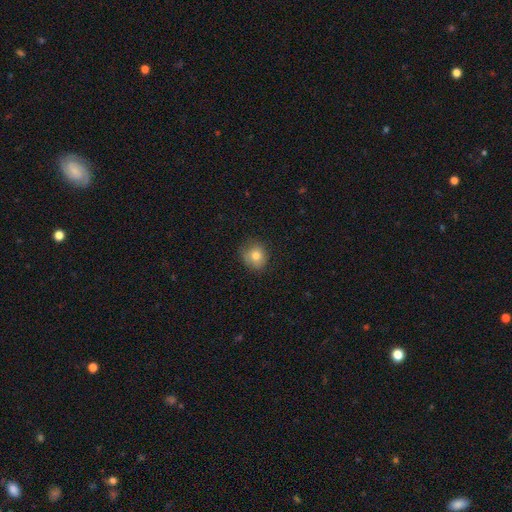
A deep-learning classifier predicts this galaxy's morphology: This appears to be a smooth galaxy with no disk features (77%) that is round (80%). Merging: none (77%).